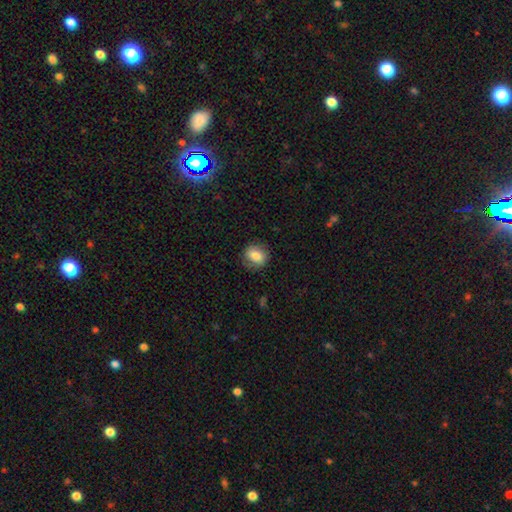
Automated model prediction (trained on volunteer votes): Overall: smooth (78%). How rounded: round (62%; in between 37%). Merging: none (82%).